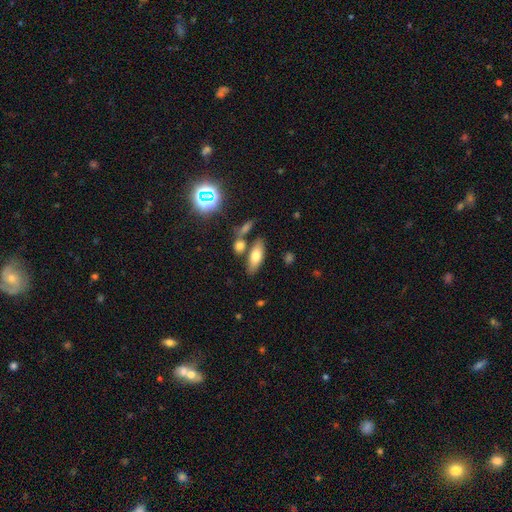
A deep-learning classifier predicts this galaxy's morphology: Smooth or featured?
  - smooth: 70% *
  - featured or disk: 21%
  - star or artifact: 10%
How rounded?
  - in between: 73% *
  - cigar-shaped: 23%
  - round: 4%
Merging?
  - none: 70% *
  - merger: 16%
  - minor disturbance: 11%
  - major disturbance: 4%